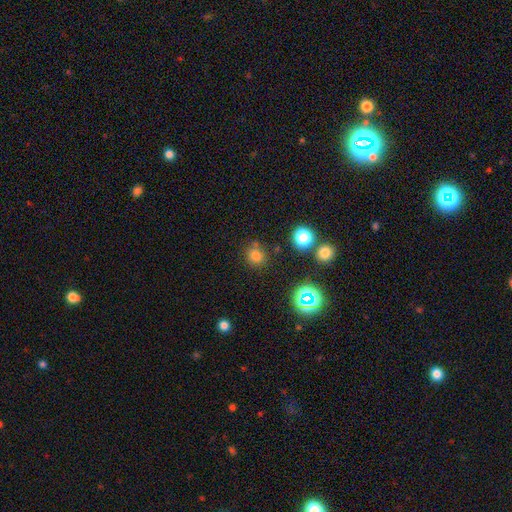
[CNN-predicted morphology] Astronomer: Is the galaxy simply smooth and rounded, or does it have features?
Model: smooth — 74%.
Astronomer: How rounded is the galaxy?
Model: round — 82%.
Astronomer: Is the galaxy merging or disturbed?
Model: none — 77%.